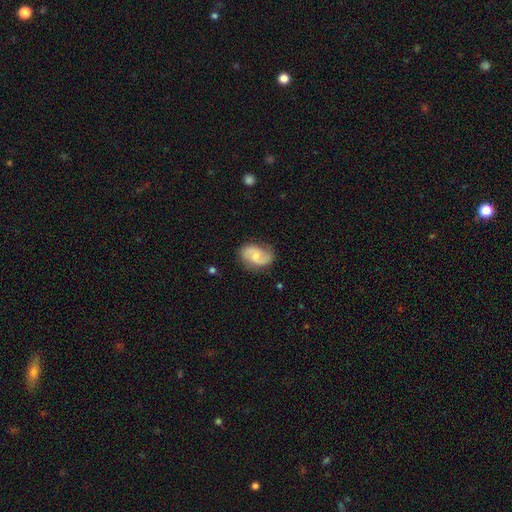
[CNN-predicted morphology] A featured or disk galaxy (74%) with no bar (50%), 2 (90%) medium (45%) spiral arms (95%) and a small central bulge (46%).

Vote fractions:
- Smooth or featured? featured or disk: 74% / smooth: 20% / star or artifact: 6%
- Edge-on disk? no: 98% / yes: 2%
- Bar? no: 50% / weak: 43% / strong: 7%
- Spiral arms? yes: 95% / no: 5%
- Spiral winding? medium: 45% / loose: 40% / tight: 15%
- Spiral arm count? 2: 90% / can't tell: 4% / 1: 3% / 3: 1% / 4: 1% / more than 4: 1%
- Bulge size? small: 46% / moderate: 33% / none: 17% / large: 3% / dominant: 1%
- Merging? none: 77% / minor disturbance: 16% / major disturbance: 5% / merger: 1%